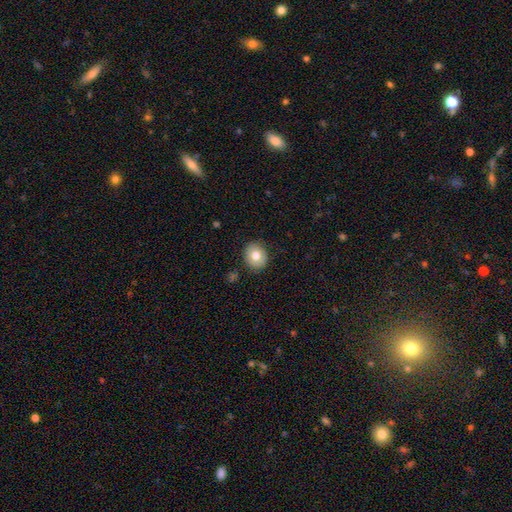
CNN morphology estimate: Smooth or featured? smooth (74%)
How rounded? round (68%)
Merging? none (87%)